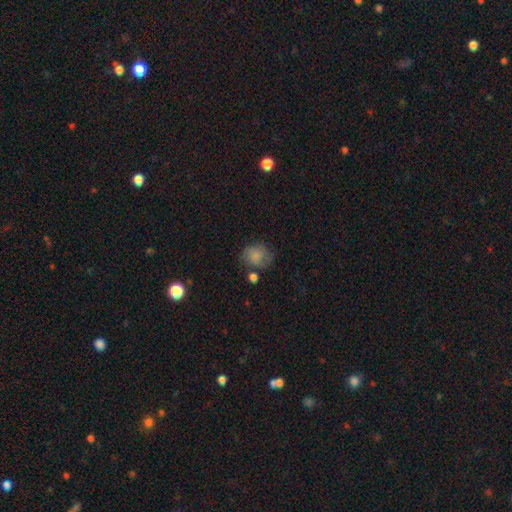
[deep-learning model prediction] The model was most divided on "how rounded": round: 66%, in between: 33%, cigar-shaped: 1%. More confident: smooth or featured — smooth (75%); merging — none (57%).